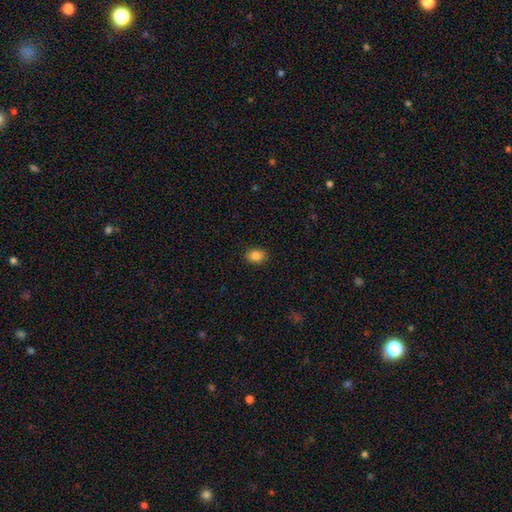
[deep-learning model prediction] Overall: smooth (85%). How rounded: in between (65%; round 34%). Merging: none (89%).